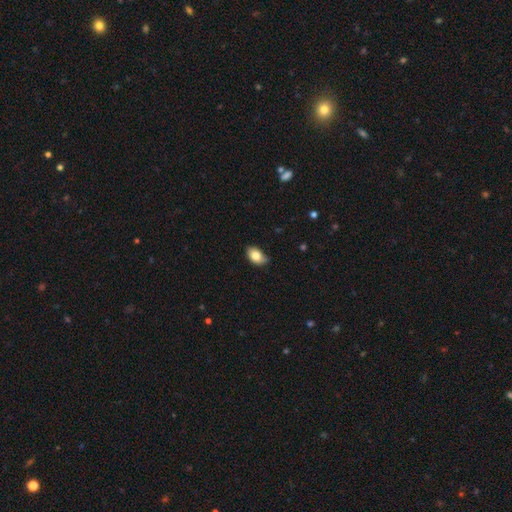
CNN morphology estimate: This appears to be a smooth galaxy with no disk features (81%) that is in between round and cigar-shaped (89%). Merging: none (70%).